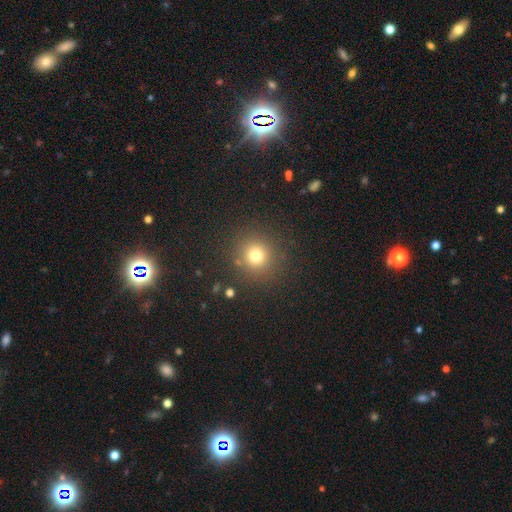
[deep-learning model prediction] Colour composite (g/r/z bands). It shows a smooth galaxy with no disk features (75%) that is round (92%). Merging: none (87%).